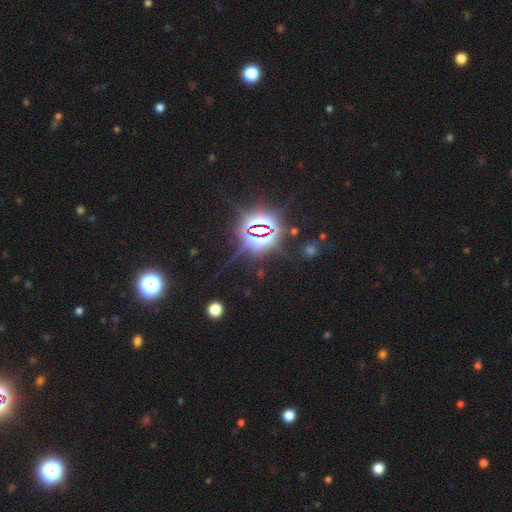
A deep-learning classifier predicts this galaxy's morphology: Smooth or featured: star or artifact — 84% (smooth — 9%)